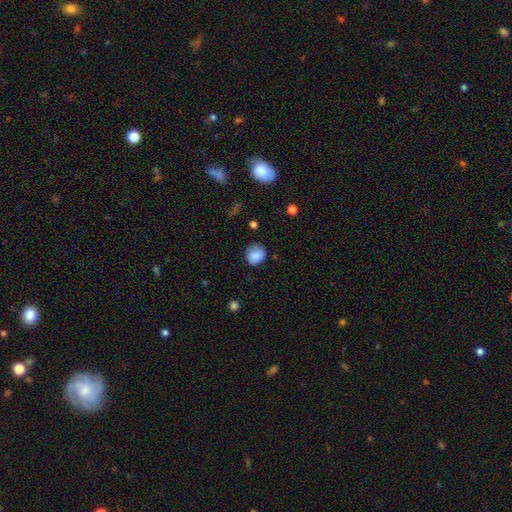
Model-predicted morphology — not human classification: This is clearly a smooth galaxy (86%). How rounded: likely round (78%). Merging: likely none (73%).